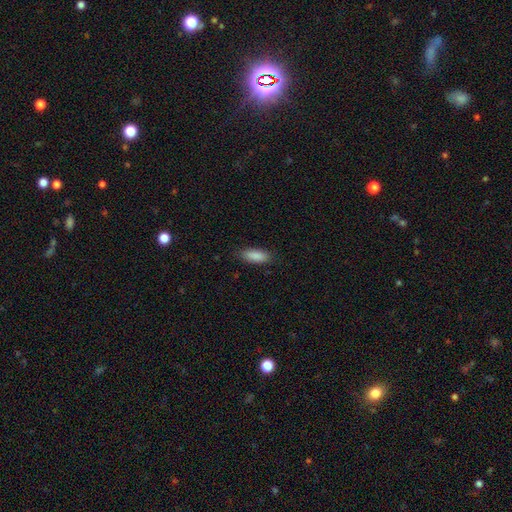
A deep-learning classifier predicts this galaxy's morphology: This is clearly a smooth galaxy (88%). How rounded: likely in between (72%). Merging: clearly none (85%).